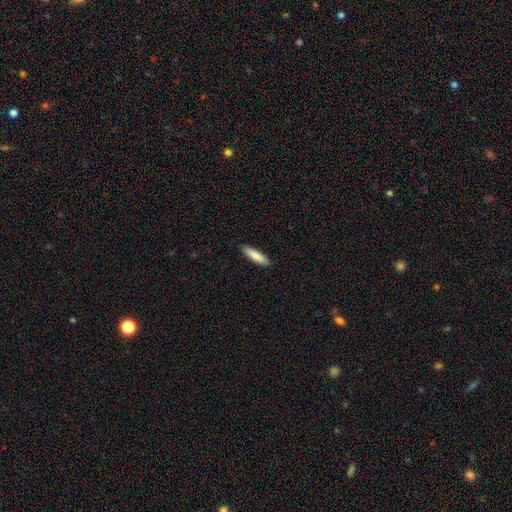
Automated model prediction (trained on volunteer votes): Smooth or featured?
  - smooth: 85% *
  - featured or disk: 10%
  - star or artifact: 5%
How rounded?
  - cigar-shaped: 74% *
  - in between: 25%
  - round: 1%
Merging?
  - none: 90% *
  - minor disturbance: 7%
  - major disturbance: 1%
  - merger: 1%